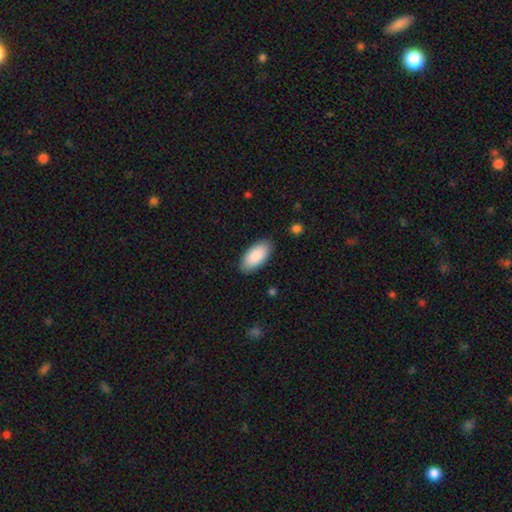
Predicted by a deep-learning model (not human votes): Morphology: type=smooth (90%); roundness=in between (94%); merging=none (88%).